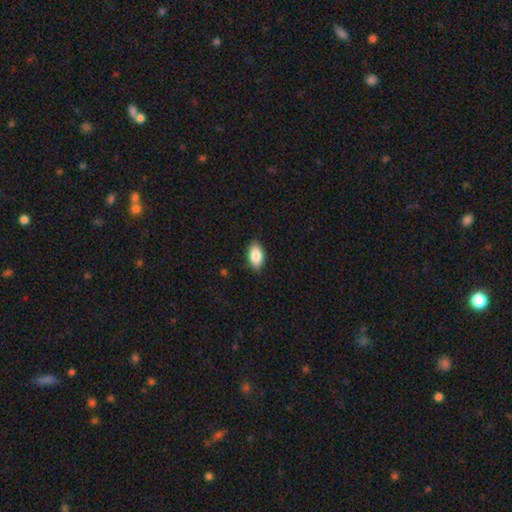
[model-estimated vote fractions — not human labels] smooth 86%, featured or disk 7%, star or artifact 7%. Down the decision tree: how rounded — in between (93%); merging — none (87%).